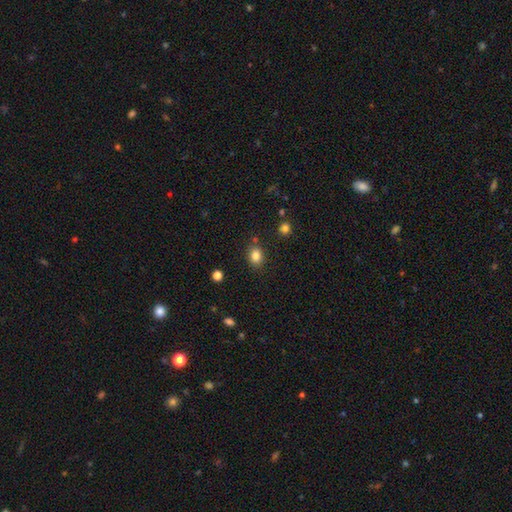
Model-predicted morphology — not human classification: type=smooth (83%); roundness=in between (50%); merging=none (81%).